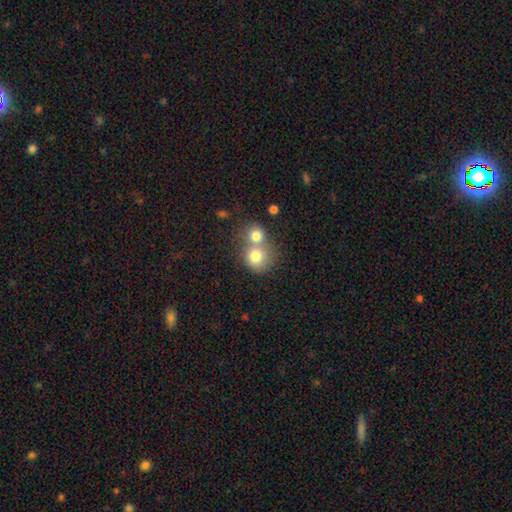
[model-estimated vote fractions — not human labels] The model was most divided on "merging": merger: 60%, none: 30%, minor disturbance: 6%, major disturbance: 3%. More confident: how rounded — round (80%); smooth or featured — smooth (76%).